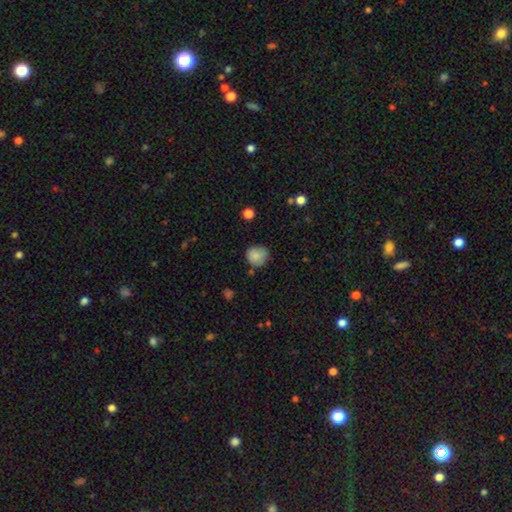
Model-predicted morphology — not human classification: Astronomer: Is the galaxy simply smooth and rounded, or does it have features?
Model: smooth — 82%.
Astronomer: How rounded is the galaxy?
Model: round — 83%.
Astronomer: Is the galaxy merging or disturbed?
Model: none — 60%.